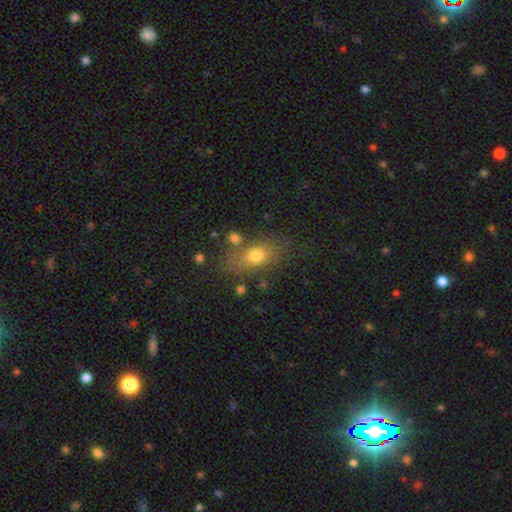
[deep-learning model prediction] Smooth or featured: smooth — 73% (featured or disk — 15%)
How rounded: in between — 76% (round — 18%)
Merging: none — 70% (minor disturbance — 16%)